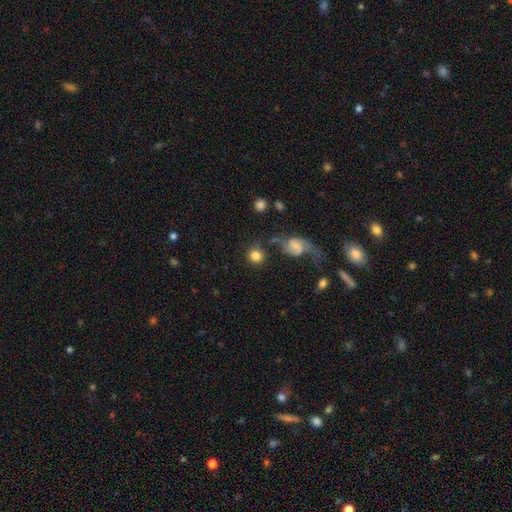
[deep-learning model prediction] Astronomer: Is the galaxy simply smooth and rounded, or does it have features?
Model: smooth — 82%.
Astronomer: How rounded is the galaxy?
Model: round — 87%.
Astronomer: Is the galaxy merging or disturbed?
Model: none — 70%.